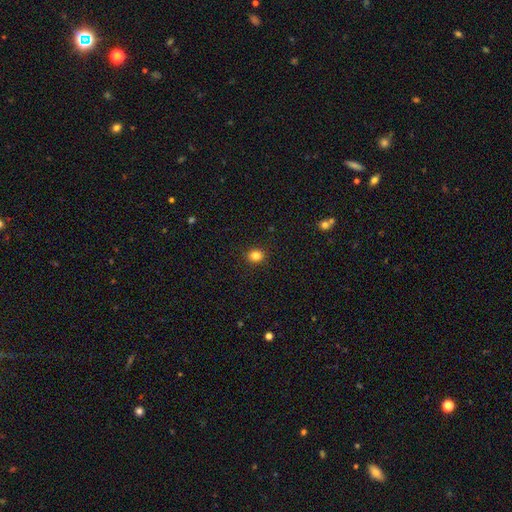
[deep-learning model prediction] Smooth or featured? Predicted: smooth (p=0.83). How rounded? Predicted: round (p=0.73). Merging? Predicted: none (p=0.91).